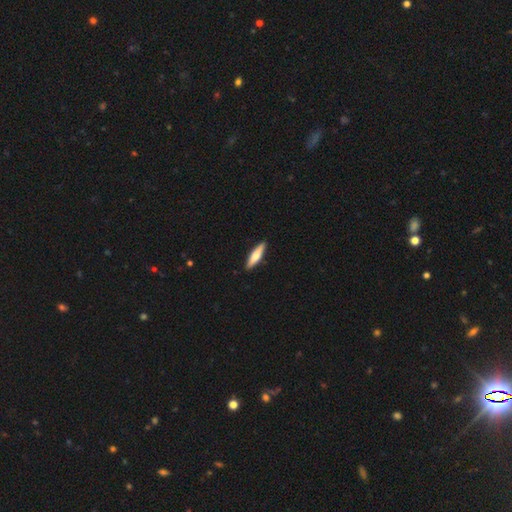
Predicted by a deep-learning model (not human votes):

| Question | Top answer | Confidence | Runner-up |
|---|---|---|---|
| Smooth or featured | smooth | 61% | featured or disk (33%) |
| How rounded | cigar-shaped | 76% | in between (23%) |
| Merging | none | 90% | minor disturbance (7%) |